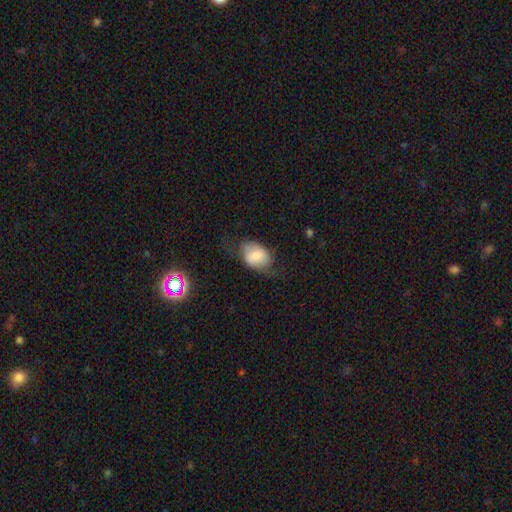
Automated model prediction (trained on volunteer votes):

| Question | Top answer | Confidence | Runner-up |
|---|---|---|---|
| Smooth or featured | smooth | 73% | featured or disk (20%) |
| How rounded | in between | 76% | round (23%) |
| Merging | none | 50% | minor disturbance (30%) |